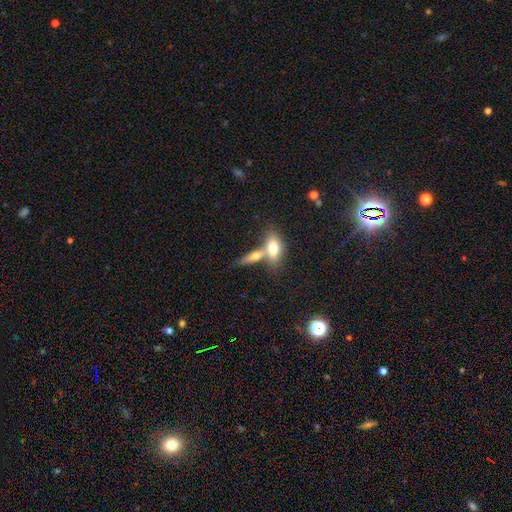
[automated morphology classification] Smooth or featured?
  - smooth: 68% *
  - featured or disk: 25%
  - star or artifact: 7%
How rounded?
  - in between: 65% *
  - cigar-shaped: 28%
  - round: 7%
Merging?
  - merger: 54% *
  - none: 34%
  - minor disturbance: 8%
  - major disturbance: 4%